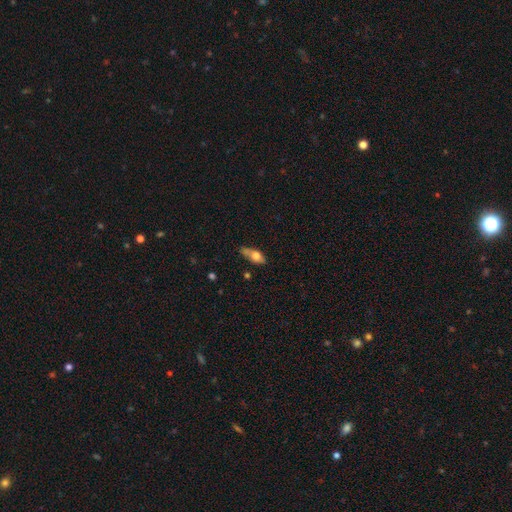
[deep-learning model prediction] smooth_or_featured: smooth (p=0.64) [alt: featured or disk p=0.28]
how_rounded: in between (p=0.74) [alt: cigar-shaped p=0.20]
merging: none (p=0.48) [alt: minor disturbance p=0.32]